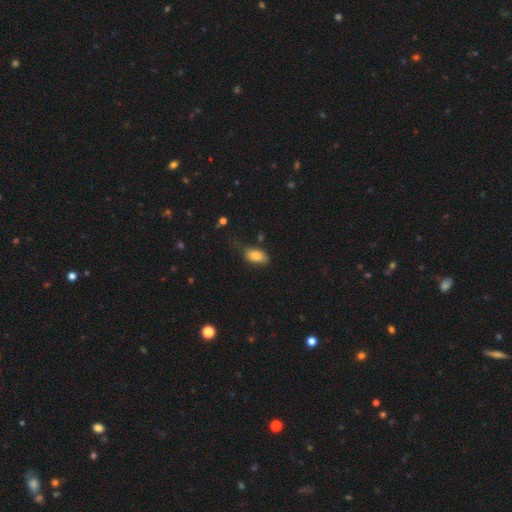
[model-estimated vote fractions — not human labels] This appears to be a smooth galaxy with no disk features (84%) that is in between round and cigar-shaped (91%). Merging: none (55%).